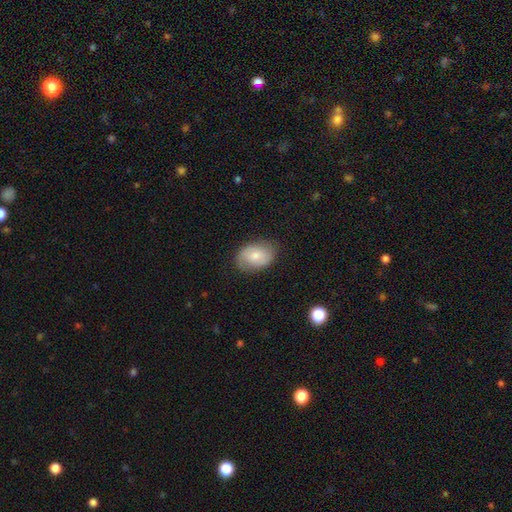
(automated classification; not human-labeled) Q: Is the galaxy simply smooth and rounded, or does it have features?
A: smooth — 67%.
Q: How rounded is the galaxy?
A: in between — 81%.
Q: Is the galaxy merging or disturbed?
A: none — 77%.